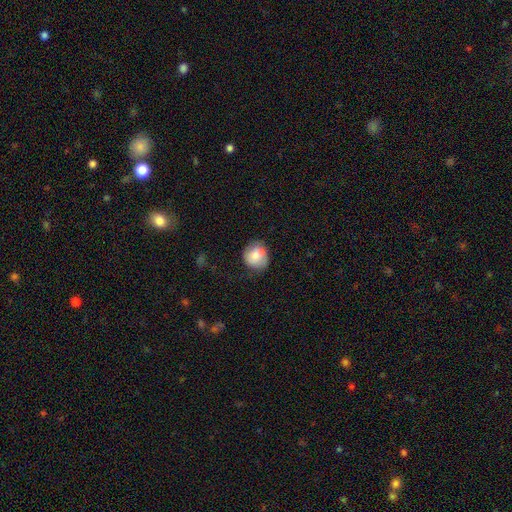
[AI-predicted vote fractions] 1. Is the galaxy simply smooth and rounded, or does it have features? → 77% smooth, 15% featured or disk, 8% star or artifact.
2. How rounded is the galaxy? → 82% round, 17% in between, 1% cigar-shaped.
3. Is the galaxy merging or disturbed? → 68% none, 23% minor disturbance, 6% major disturbance, 3% merger.